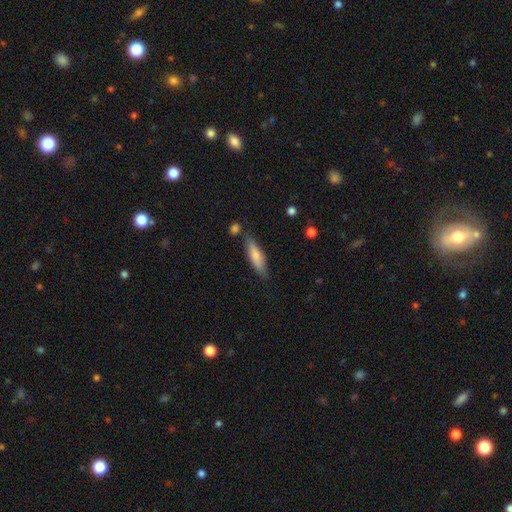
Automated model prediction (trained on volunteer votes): Smooth or featured? Predicted: smooth (p=0.76). How rounded? Predicted: cigar-shaped (p=0.64). Merging? Predicted: none (p=0.76).